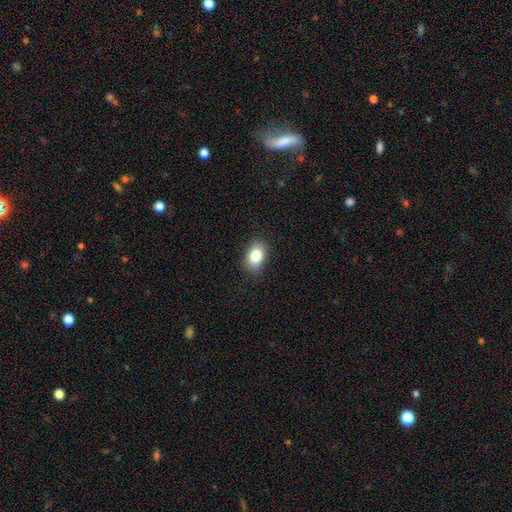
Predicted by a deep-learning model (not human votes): The model was most divided on "how rounded": in between: 80%, round: 19%, cigar-shaped: 2%. More confident: merging — none (84%); smooth or featured — smooth (82%).